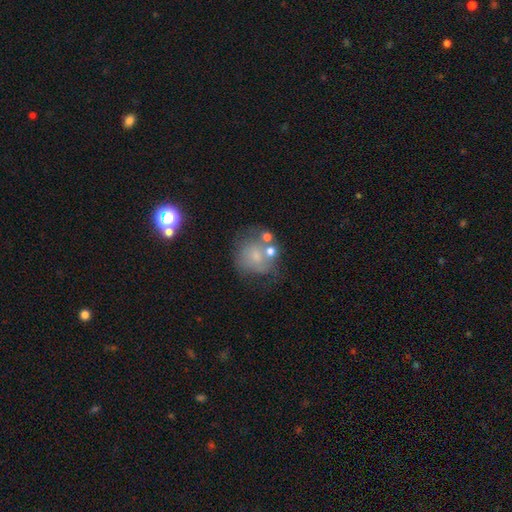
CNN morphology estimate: type=smooth (54%); roundness=round (82%); merging=none (46%).